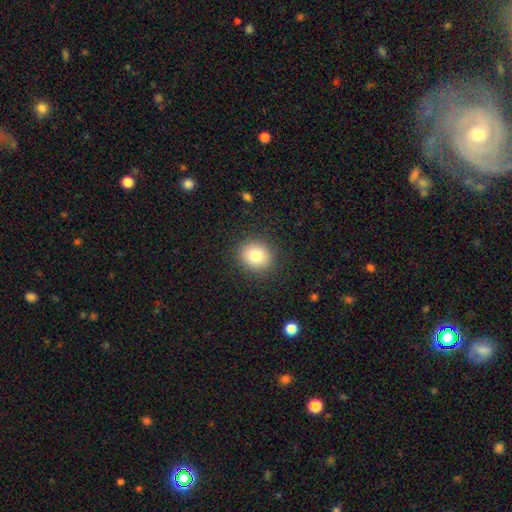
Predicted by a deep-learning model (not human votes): Morphology: type=smooth (81%); roundness=round (85%); merging=none (89%).